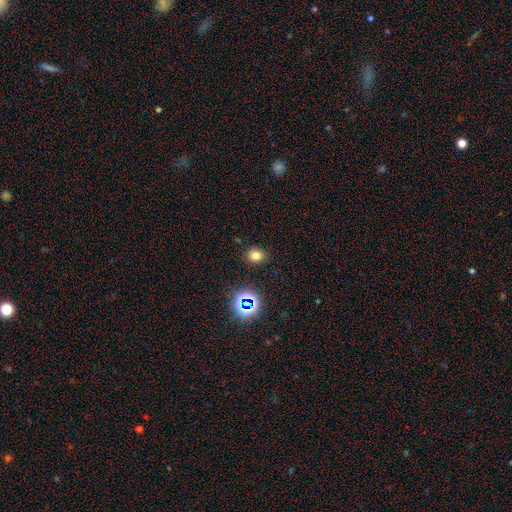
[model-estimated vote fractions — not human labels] Overall: smooth (72%). How rounded: round (66%; in between 33%). Merging: none (87%).